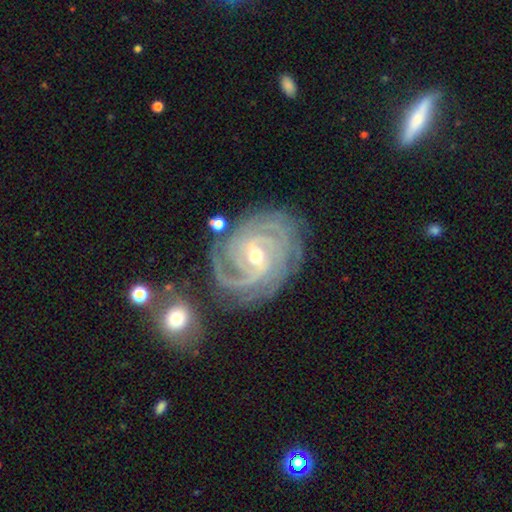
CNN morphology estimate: type=featured or disk (92%); edge-on=no (97%); bar=weak (48%); spiral arms=yes (98%); winding=tight (74%); arm count=3 (30%); bulge=moderate (51%); merging=none (74%).